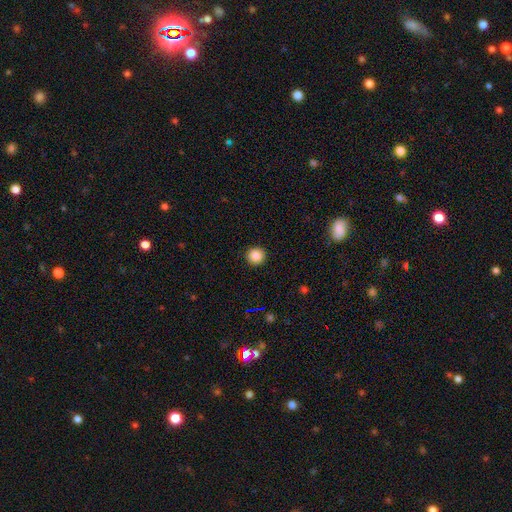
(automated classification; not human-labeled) Overall: smooth (87%). How rounded: round (94%). Merging: none (92%).